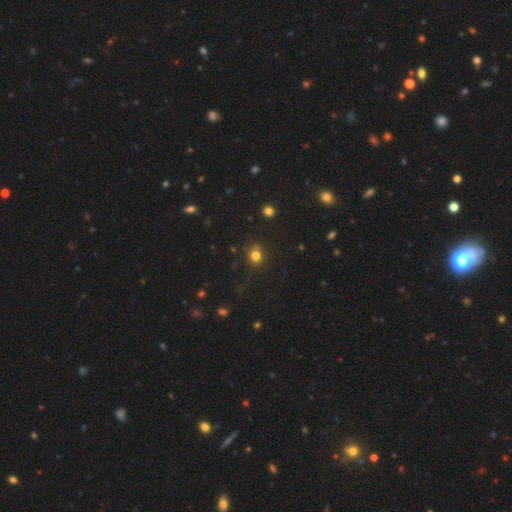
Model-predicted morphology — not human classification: Overall: smooth (79%). How rounded: round (79%). Merging: none (81%).